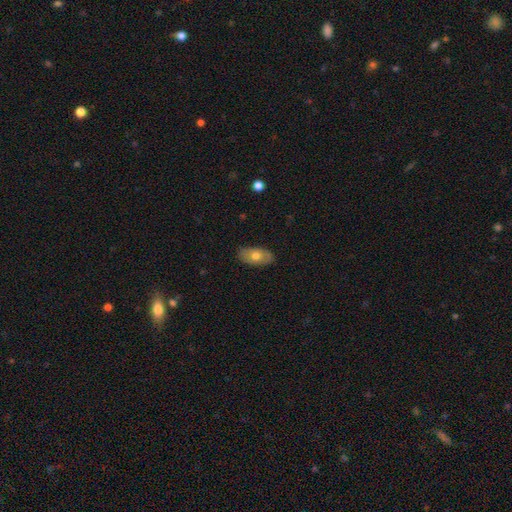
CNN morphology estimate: type=smooth (64%); roundness=in between (92%); merging=none (85%).